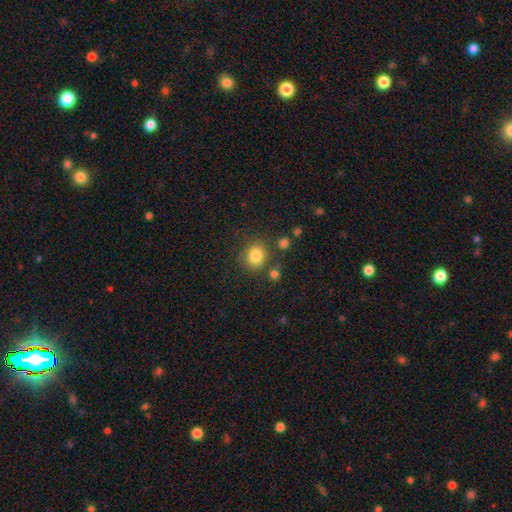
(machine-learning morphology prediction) Smooth or featured? smooth (83%)
How rounded? round (82%)
Merging? none (79%)